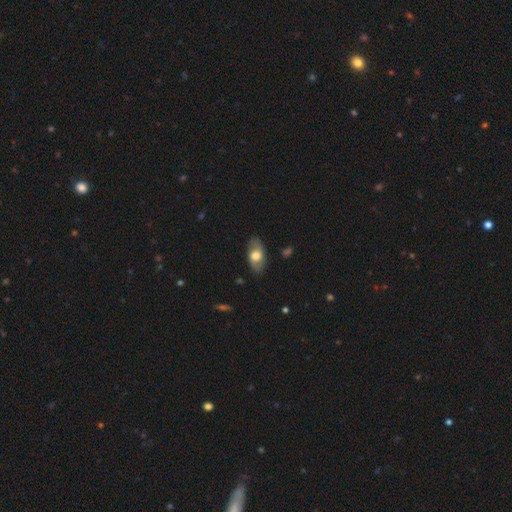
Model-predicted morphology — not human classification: smooth 55%, featured or disk 38%, star or artifact 6%. Down the decision tree: how rounded — in between (90%); merging — none (81%).